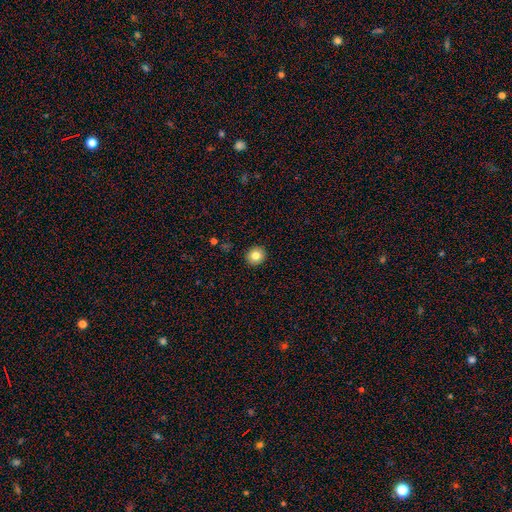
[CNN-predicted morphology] This appears to be a smooth galaxy with no disk features (83%) that is round (85%). Merging: none (92%).